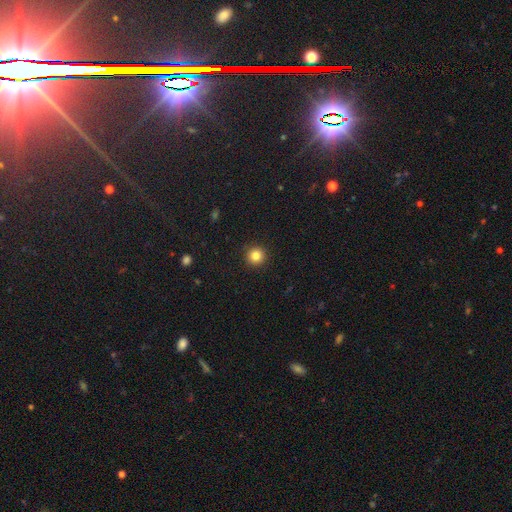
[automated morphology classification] smooth-or-featured: smooth: 84% | star or artifact: 11% | featured or disk: 5%
  how-rounded: round: 96% | in between: 3% | cigar-shaped: 1%
  merging: none: 93% | minor disturbance: 4% | major disturbance: 2% | merger: 1%